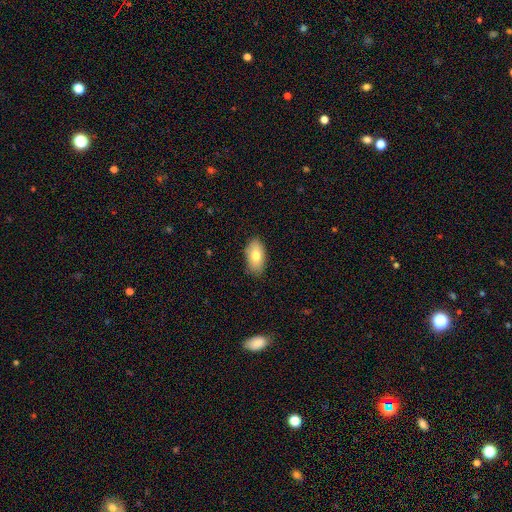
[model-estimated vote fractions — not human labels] smooth-or-featured: smooth: 75% | featured or disk: 18% | star or artifact: 7%
  how-rounded: in between: 93% | round: 5% | cigar-shaped: 3%
  merging: none: 83% | minor disturbance: 13% | major disturbance: 2% | merger: 1%